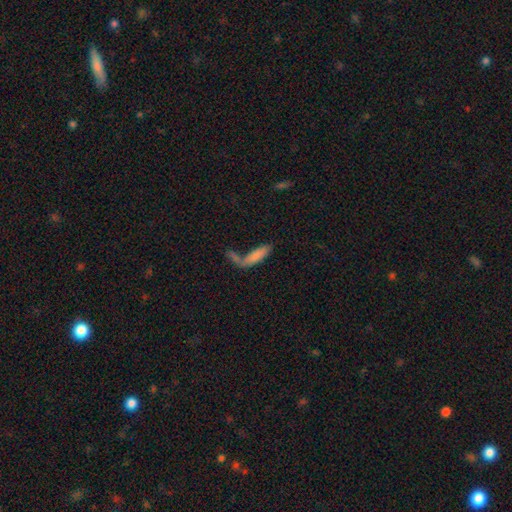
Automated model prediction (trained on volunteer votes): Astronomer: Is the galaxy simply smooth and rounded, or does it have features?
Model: smooth — 77%.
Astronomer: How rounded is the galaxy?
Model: cigar-shaped — 57% (runner-up: in between, 41%).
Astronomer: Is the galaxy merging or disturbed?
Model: merger — 38%, tied with none at 38%.